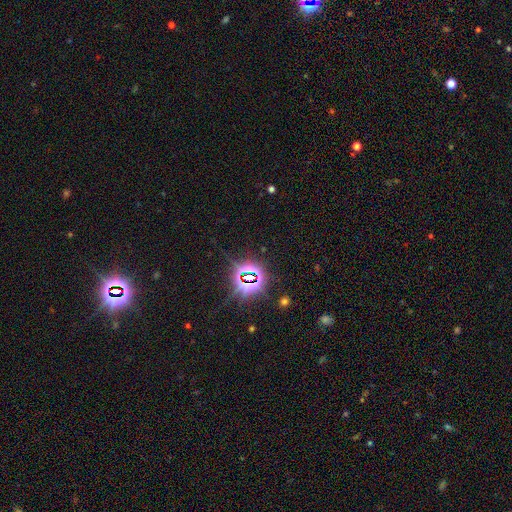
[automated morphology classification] A star or artifact, not a galaxy (81%).